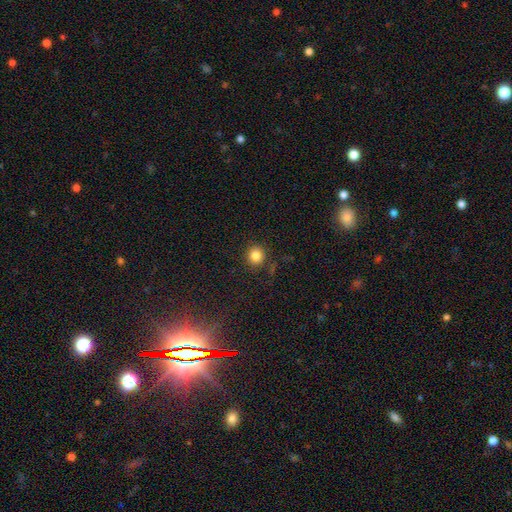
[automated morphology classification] smooth-or-featured: smooth: 83% | star or artifact: 12% | featured or disk: 5%
  how-rounded: round: 91% | in between: 8% | cigar-shaped: 1%
  merging: none: 86% | minor disturbance: 9% | major disturbance: 3% | merger: 2%